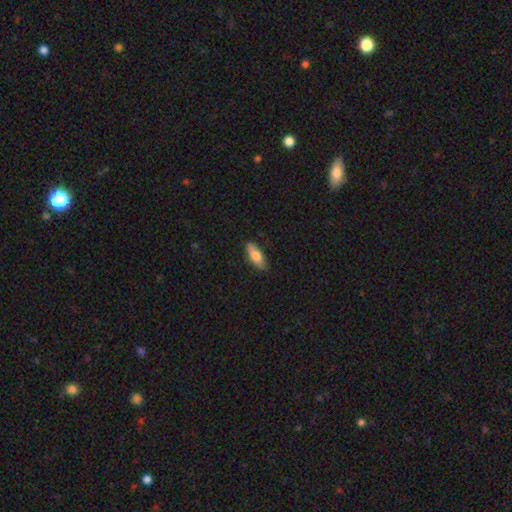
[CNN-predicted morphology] This appears to be a smooth galaxy with no disk features (75%) that is in between round and cigar-shaped (68%). Merging: none (84%).